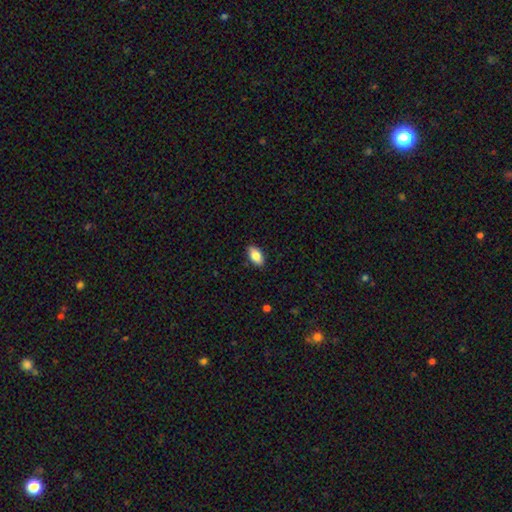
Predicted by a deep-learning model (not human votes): smooth 85%, featured or disk 8%, star or artifact 7%. Down the decision tree: how rounded — in between (92%); merging — none (88%).